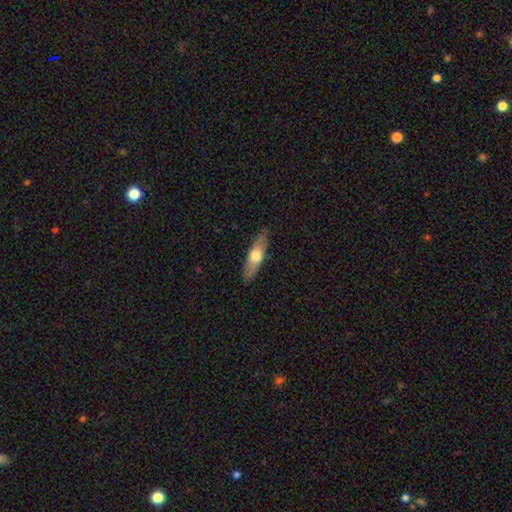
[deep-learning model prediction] Smooth or featured? smooth (53%)
How rounded? cigar-shaped (59%)
Merging? none (87%)